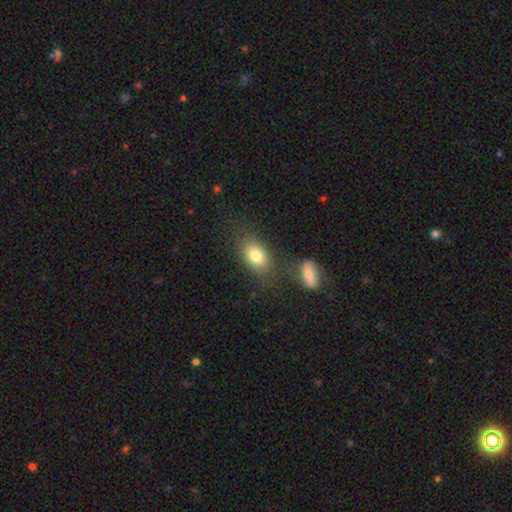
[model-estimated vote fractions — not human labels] The model was most divided on "merging": none: 72%, minor disturbance: 13%, merger: 10%, major disturbance: 5%. More confident: how rounded — in between (82%); smooth or featured — smooth (79%).